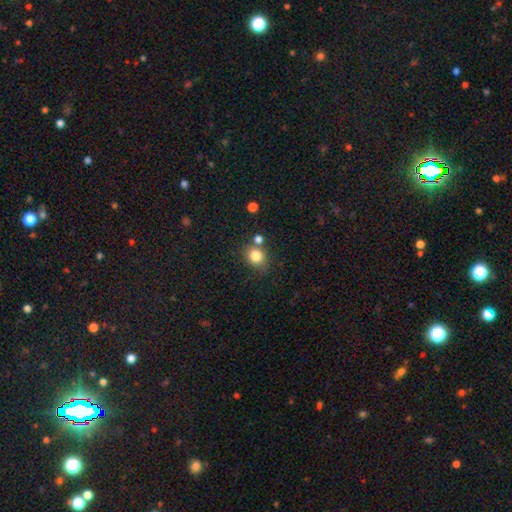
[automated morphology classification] Overall: smooth (81%). How rounded: round (73%). Merging: none (70%).